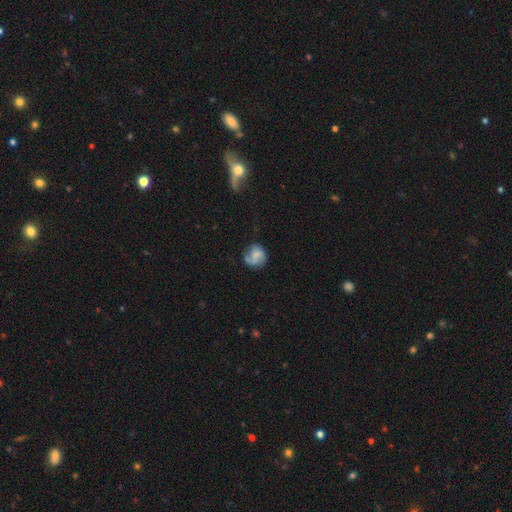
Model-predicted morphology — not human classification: A smooth galaxy with no disk features (53%) that is round (76%).

Vote fractions:
- Smooth or featured? smooth: 53% / featured or disk: 38% / star or artifact: 9%
- How rounded? round: 76% / in between: 23% / cigar-shaped: 1%
- Merging? none: 52% / minor disturbance: 26% / major disturbance: 18% / merger: 4%